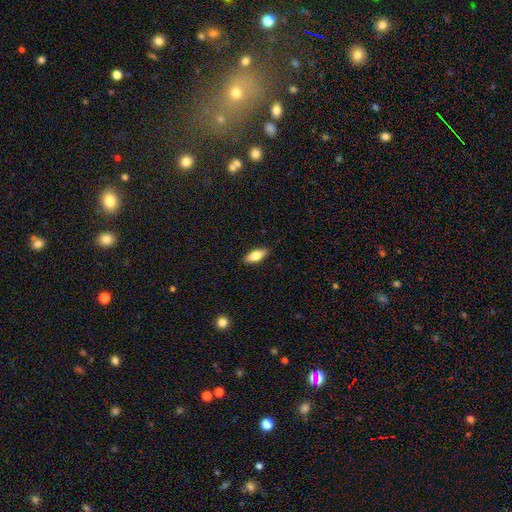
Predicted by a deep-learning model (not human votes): The model was most divided on "smooth or featured": smooth: 73%, featured or disk: 21%, star or artifact: 6%. More confident: merging — none (89%); how rounded — in between (75%).